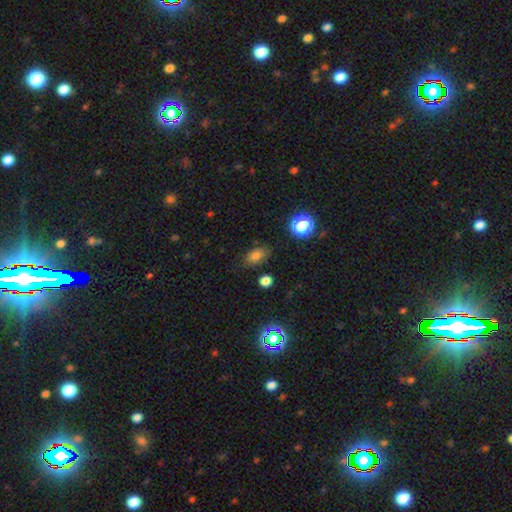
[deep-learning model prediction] smooth_or_featured: smooth (p=0.76) [alt: star or artifact p=0.15]
how_rounded: in between (p=0.82) [alt: round p=0.16]
merging: none (p=0.76) [alt: minor disturbance p=0.17]